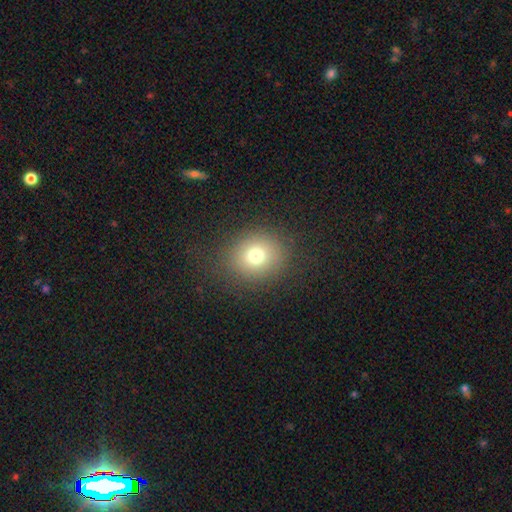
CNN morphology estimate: The model was most divided on "how rounded": round: 74%, in between: 25%, cigar-shaped: 1%. More confident: merging — none (85%); smooth or featured — smooth (74%).